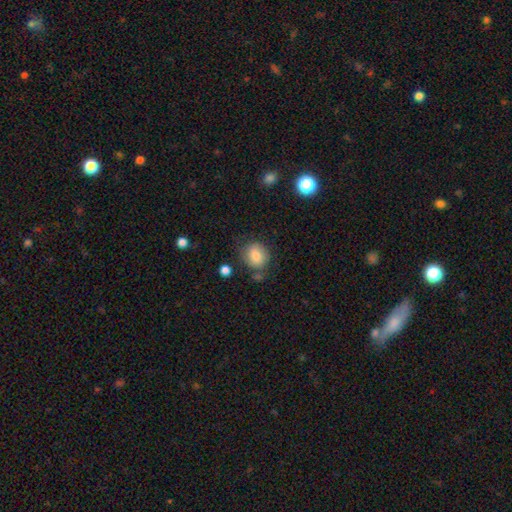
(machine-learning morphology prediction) This is clearly a smooth galaxy (80%). How rounded: likely round (69%). Merging: likely none (70%).